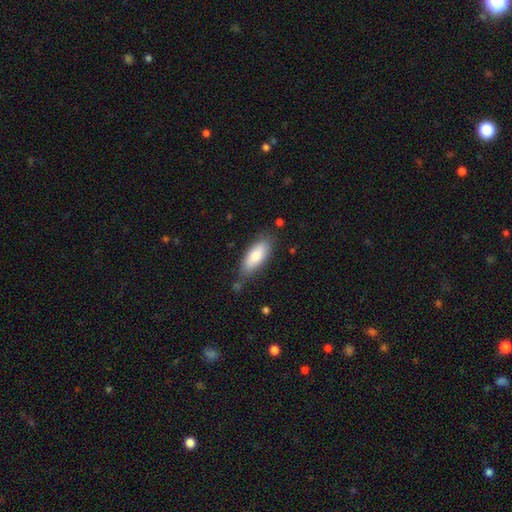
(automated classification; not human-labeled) A smooth galaxy with no disk features (79%) that is in between round and cigar-shaped (77%).

Vote fractions:
- Smooth or featured? smooth: 79% / featured or disk: 15% / star or artifact: 6%
- How rounded? in between: 77% / cigar-shaped: 21% / round: 2%
- Merging? none: 72% / minor disturbance: 20% / major disturbance: 4% / merger: 4%